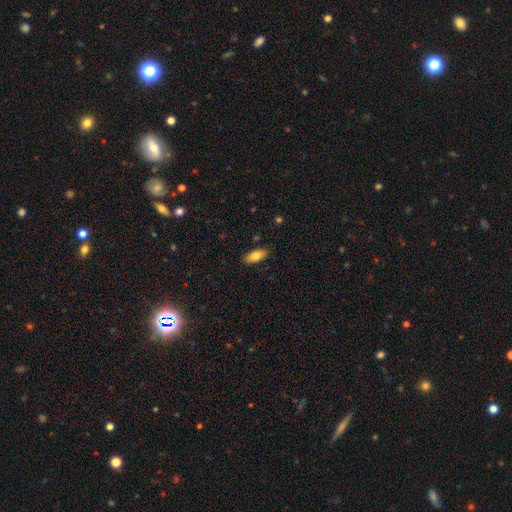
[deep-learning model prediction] smooth_or_featured: smooth (p=0.81) [alt: featured or disk p=0.13]
how_rounded: in between (p=0.85) [alt: cigar-shaped p=0.13]
merging: none (p=0.87) [alt: minor disturbance p=0.10]